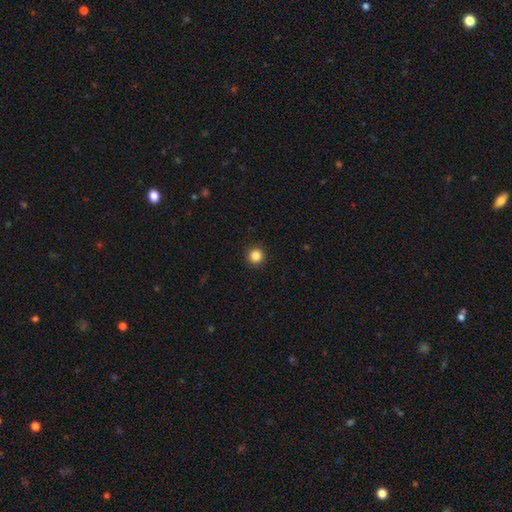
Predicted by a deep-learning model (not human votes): A smooth galaxy with no disk features (85%) that is round (96%).

Vote fractions:
- Smooth or featured? smooth: 85% / star or artifact: 11% / featured or disk: 3%
- How rounded? round: 96% / in between: 3% / cigar-shaped: 1%
- Merging? none: 93% / minor disturbance: 4% / major disturbance: 2% / merger: 1%